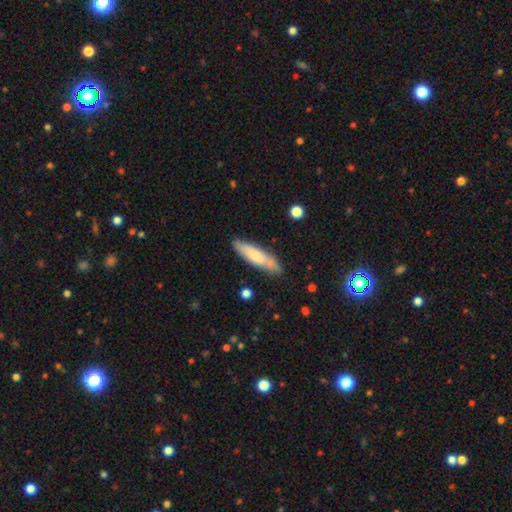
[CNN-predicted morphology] smooth-or-featured: smooth: 66% | featured or disk: 29% | star or artifact: 6%
  how-rounded: cigar-shaped: 68% | in between: 31% | round: 2%
  merging: none: 76% | minor disturbance: 17% | merger: 4% | major disturbance: 3%